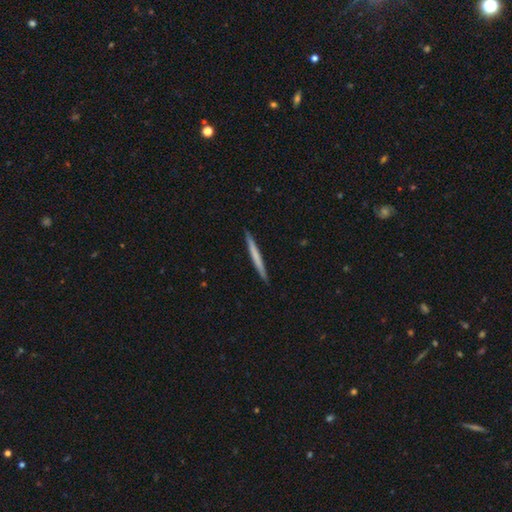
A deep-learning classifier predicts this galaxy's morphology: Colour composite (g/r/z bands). It shows a smooth galaxy with no disk features (57%) that is cigar-shaped (97%). Merging: none (92%).